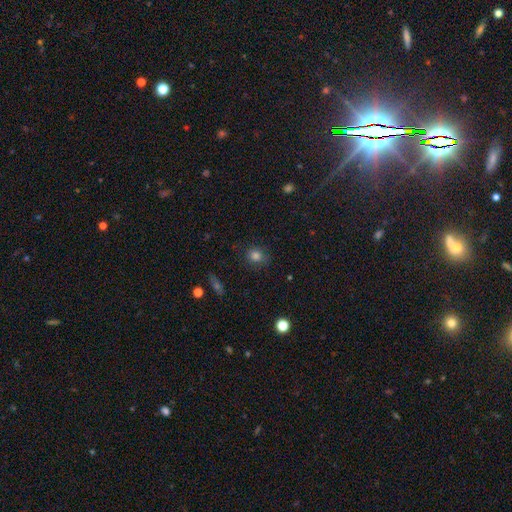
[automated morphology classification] This is clearly a smooth galaxy (81%). How rounded: likely round (78%). Merging: clearly none (81%).